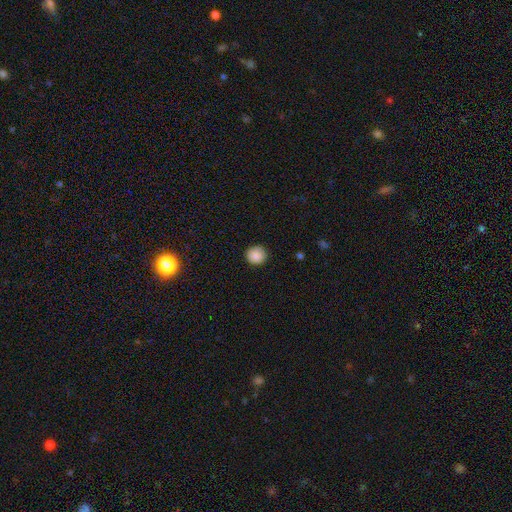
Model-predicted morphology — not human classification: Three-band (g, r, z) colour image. It shows a smooth galaxy with no disk features (88%) that is round (91%). Merging: none (89%).